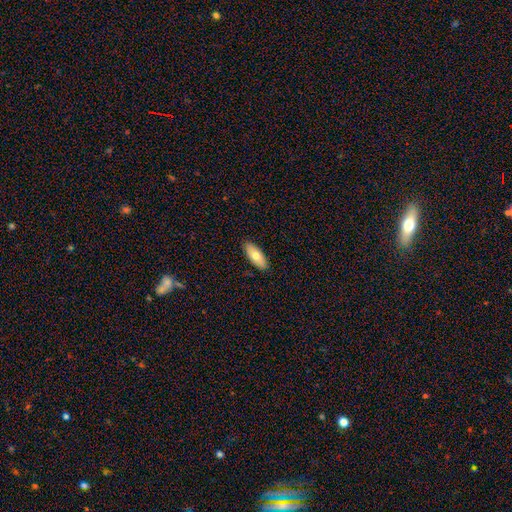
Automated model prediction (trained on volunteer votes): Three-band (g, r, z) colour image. It shows a smooth galaxy with no disk features (72%) that is in between round and cigar-shaped (82%). Merging: none (89%).